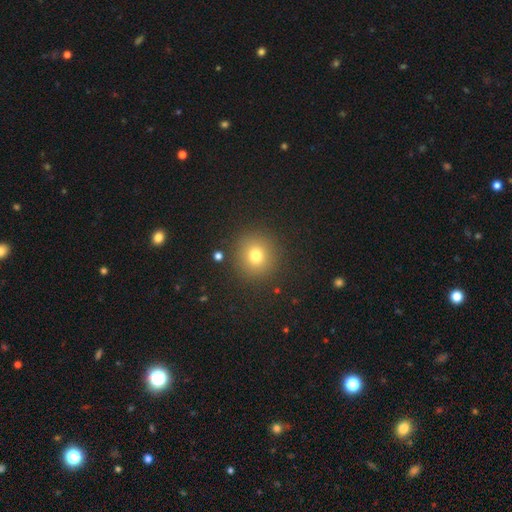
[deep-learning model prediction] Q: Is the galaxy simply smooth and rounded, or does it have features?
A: smooth — 75%.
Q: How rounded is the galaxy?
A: round — 92%.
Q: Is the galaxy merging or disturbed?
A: none — 89%.